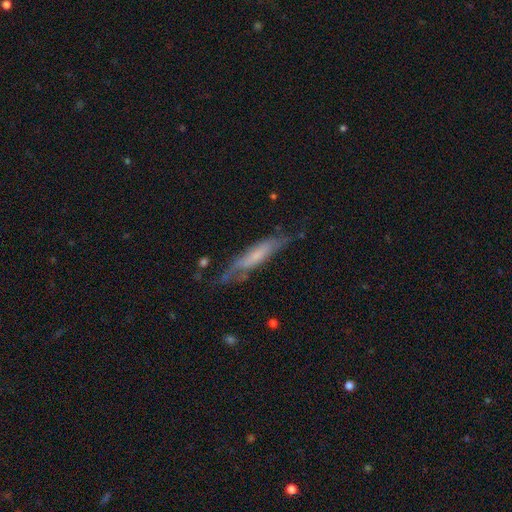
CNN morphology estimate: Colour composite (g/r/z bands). It shows a featured or disk galaxy (52%) viewed edge-on (56%). Merging: none (55%).